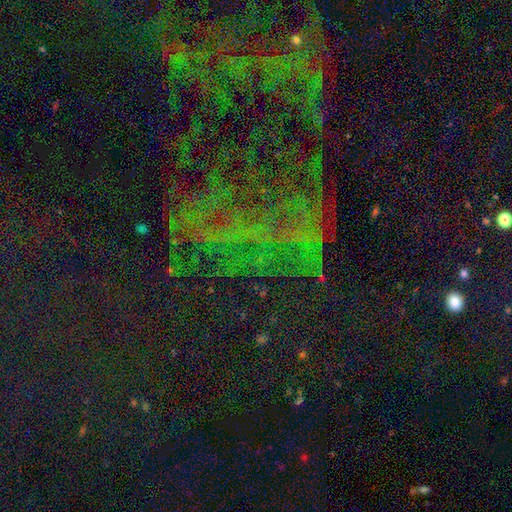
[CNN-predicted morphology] Overall: star or artifact (73%).